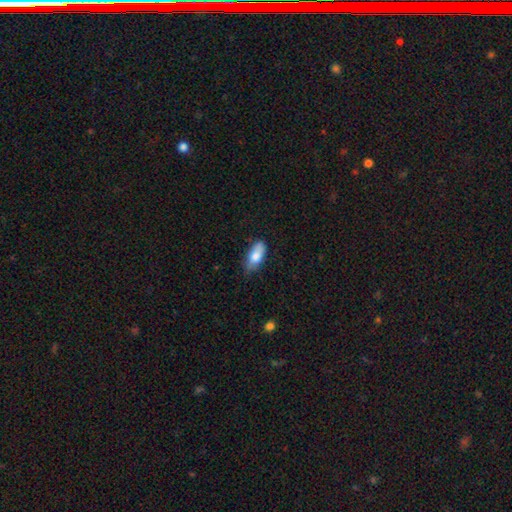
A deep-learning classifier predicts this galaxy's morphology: Smooth or featured? smooth (78%)
How rounded? in between (84%)
Merging? none (66%)